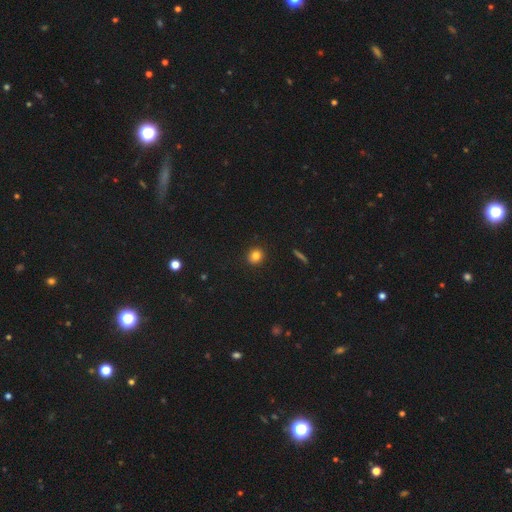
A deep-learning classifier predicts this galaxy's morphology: smooth_or_featured: smooth (p=0.83) [alt: star or artifact p=0.11]
how_rounded: round (p=0.82) [alt: in between p=0.16]
merging: none (p=0.91) [alt: minor disturbance p=0.06]